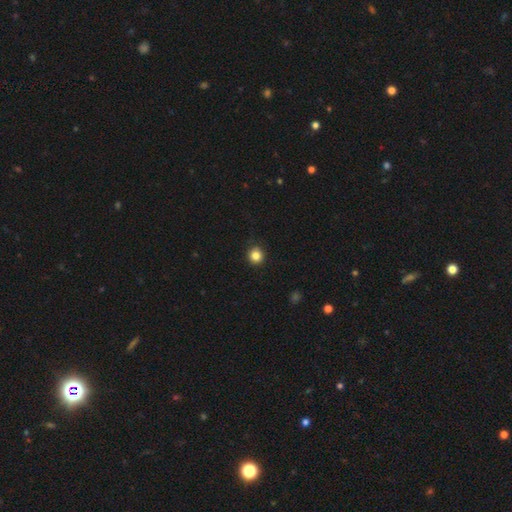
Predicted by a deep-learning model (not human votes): Q: Smooth or featured?
A: smooth (85%); runner-up: star or artifact (11%)
Q: How rounded?
A: round (94%); runner-up: in between (5%)
Q: Merging?
A: none (91%); runner-up: minor disturbance (6%)